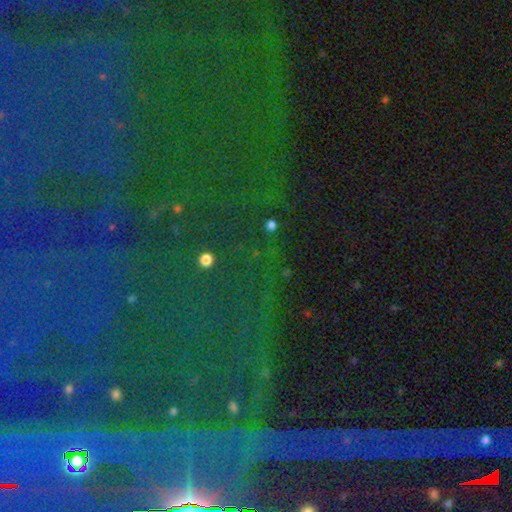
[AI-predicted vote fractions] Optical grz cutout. It shows a star or artifact, not a galaxy (83%).